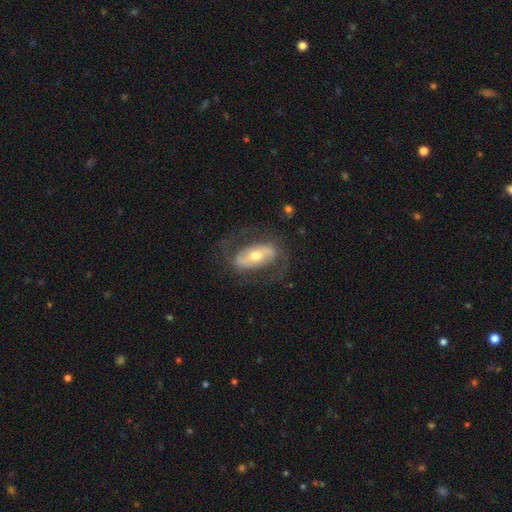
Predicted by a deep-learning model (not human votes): A featured or disk galaxy (74%) with a strong bar (44%), 2 (84%) medium (45%) spiral arms (76%) and a moderate central bulge (56%). Merging: none (71%).